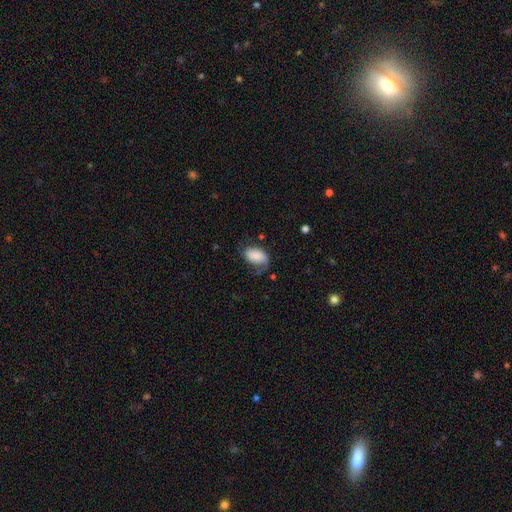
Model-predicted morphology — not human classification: Smooth or featured? Predicted: smooth (p=0.72). How rounded? Predicted: in between (p=0.90). Merging? Predicted: none (p=0.44).